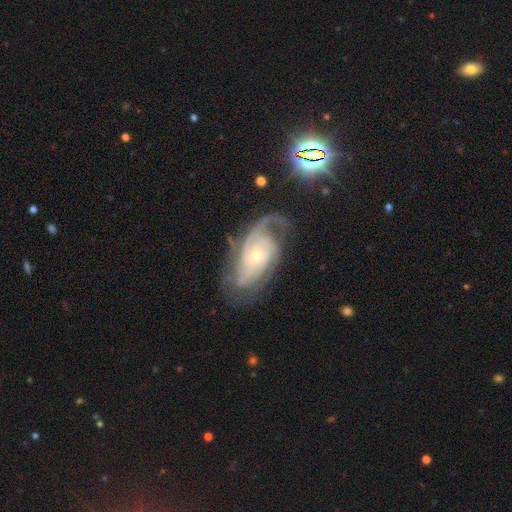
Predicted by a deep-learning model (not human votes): Overall: featured or disk (88%). Edge-on disk: no (96%). Bar: no (71%). Spiral arms: yes (96%). Spiral arm count: 2 (30%; can't tell 26%). Spiral winding: tight (53%; medium 36%). Bulge size: small (67%; moderate 29%). Merging: none (59%; minor disturbance 22%).